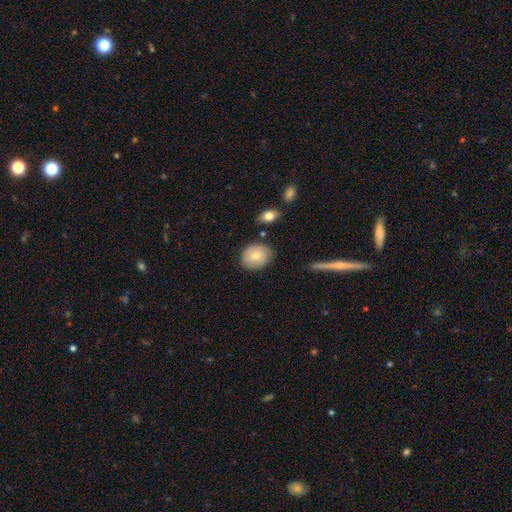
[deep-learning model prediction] This appears to be a smooth galaxy with no disk features (77%) that is round (57%). Merging: none (81%).